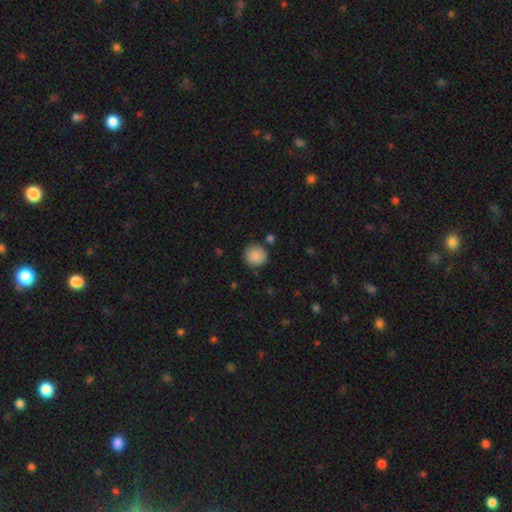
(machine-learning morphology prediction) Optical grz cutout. It shows a smooth galaxy with no disk features (88%) that is round (92%). Merging: none (85%).